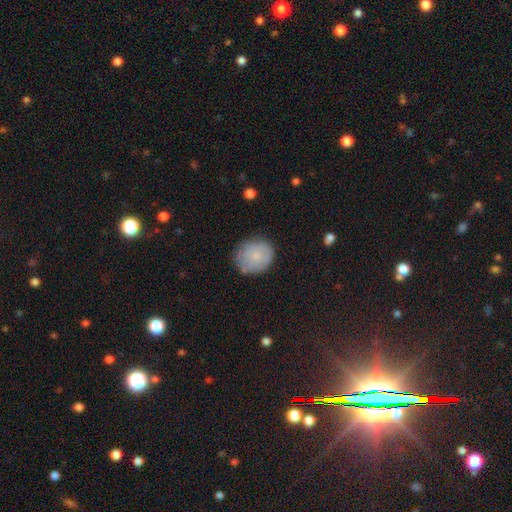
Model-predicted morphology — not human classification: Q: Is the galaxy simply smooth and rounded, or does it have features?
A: smooth — 75%.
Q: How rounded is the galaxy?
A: round — 71%.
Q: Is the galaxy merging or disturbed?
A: none — 77%.